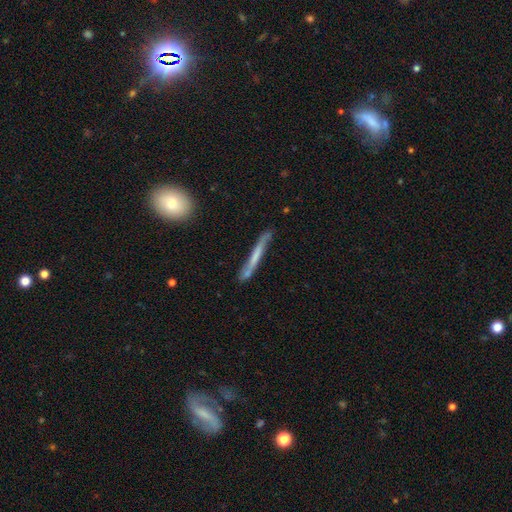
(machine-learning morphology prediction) This appears to be a smooth galaxy with no disk features (53%) that is cigar-shaped (96%). Merging: none (70%).